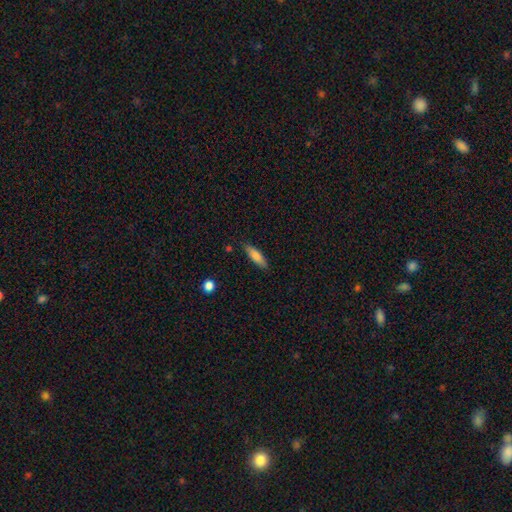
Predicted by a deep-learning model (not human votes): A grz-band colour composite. It shows a smooth galaxy with no disk features (78%) that is cigar-shaped (62%). Merging: none (84%).